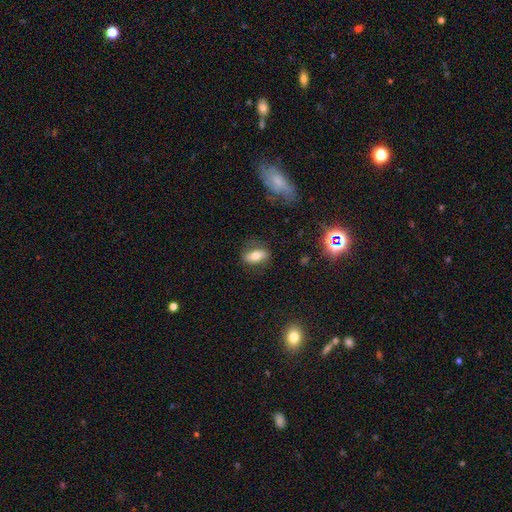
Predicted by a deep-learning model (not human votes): smooth-or-featured: smooth: 63% | featured or disk: 28% | star or artifact: 9%
  how-rounded: in between: 81% | cigar-shaped: 11% | round: 8%
  merging: none: 76% | minor disturbance: 16% | major disturbance: 7% | merger: 2%